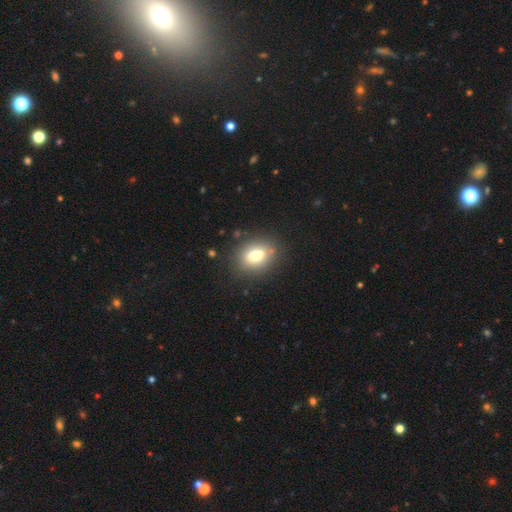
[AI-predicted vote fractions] Q: Smooth or featured?
A: smooth (73%); runner-up: featured or disk (17%)
Q: How rounded?
A: in between (66%); runner-up: round (32%)
Q: Merging?
A: none (82%); runner-up: minor disturbance (11%)